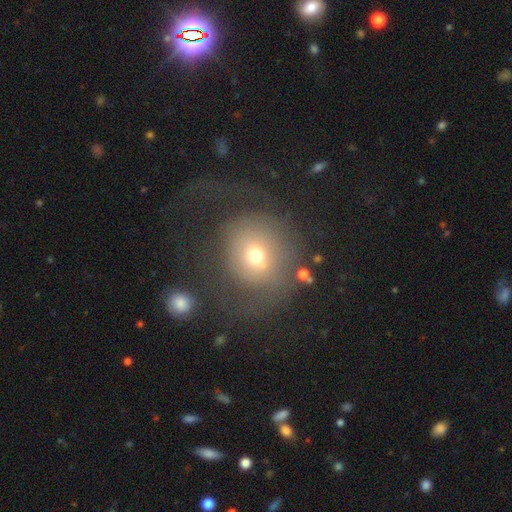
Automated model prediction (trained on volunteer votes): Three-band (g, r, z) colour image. It shows a smooth galaxy with no disk features (59%) that is round (85%). Merging: none (42%).